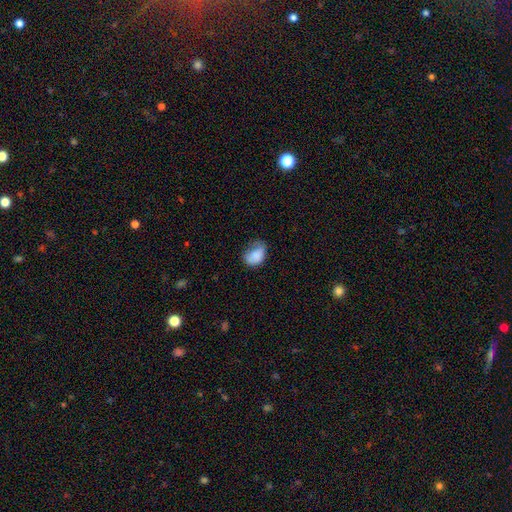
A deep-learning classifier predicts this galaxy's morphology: Smooth or featured?
  - smooth: 84% *
  - featured or disk: 8%
  - star or artifact: 8%
How rounded?
  - in between: 81% *
  - round: 17%
  - cigar-shaped: 1%
Merging?
  - minor disturbance: 41% *
  - none: 39%
  - major disturbance: 18%
  - merger: 2%